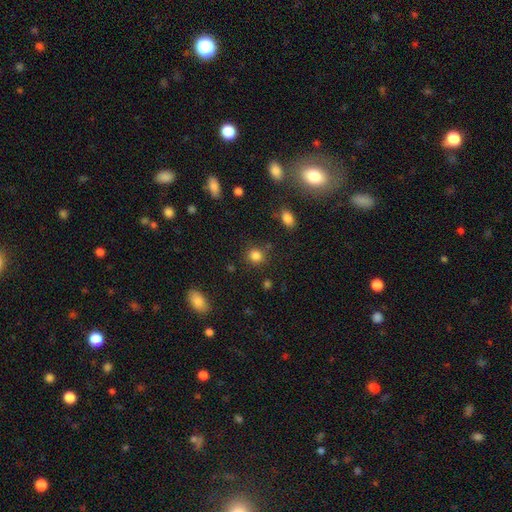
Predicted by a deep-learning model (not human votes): Smooth or featured?
  - smooth: 83% *
  - star or artifact: 12%
  - featured or disk: 5%
How rounded?
  - round: 85% *
  - in between: 14%
  - cigar-shaped: 1%
Merging?
  - none: 83% *
  - minor disturbance: 9%
  - merger: 4%
  - major disturbance: 4%